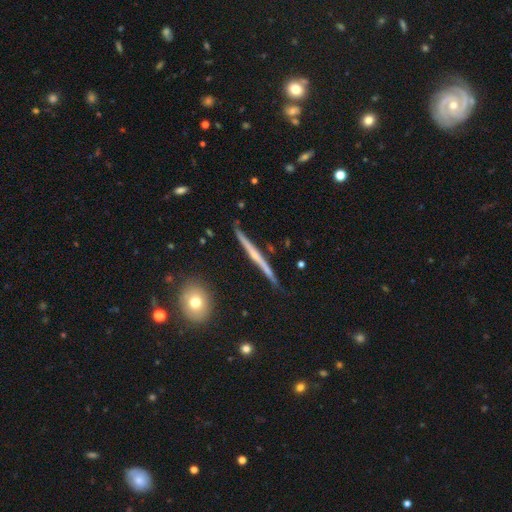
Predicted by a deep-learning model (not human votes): smooth_or_featured: featured or disk (p=0.73) [alt: smooth p=0.21]
disk_edge_on: yes (p=0.98) [alt: no p=0.02]
edge_on_bulge: none (p=0.59) [alt: rounded p=0.34]
merging: none (p=0.88) [alt: minor disturbance p=0.09]